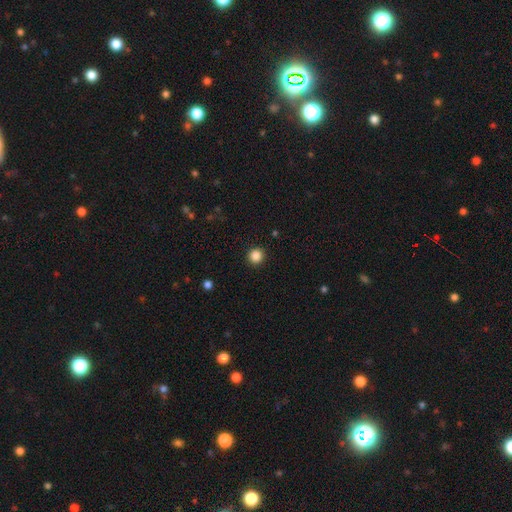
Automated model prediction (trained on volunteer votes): Q: Smooth or featured?
A: smooth (86%); runner-up: star or artifact (11%)
Q: How rounded?
A: round (95%); runner-up: in between (4%)
Q: Merging?
A: none (92%); runner-up: minor disturbance (5%)